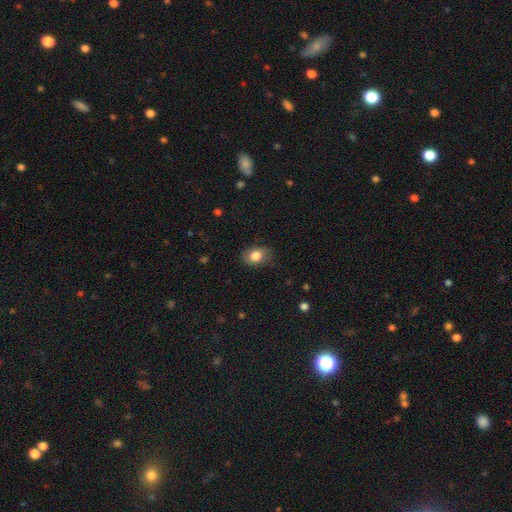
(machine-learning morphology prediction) A smooth galaxy with no disk features (82%) that is in between round and cigar-shaped (70%).

Vote fractions:
- Smooth or featured? smooth: 82% / featured or disk: 10% / star or artifact: 8%
- How rounded? in between: 70% / round: 29% / cigar-shaped: 1%
- Merging? none: 78% / minor disturbance: 17% / major disturbance: 4% / merger: 1%